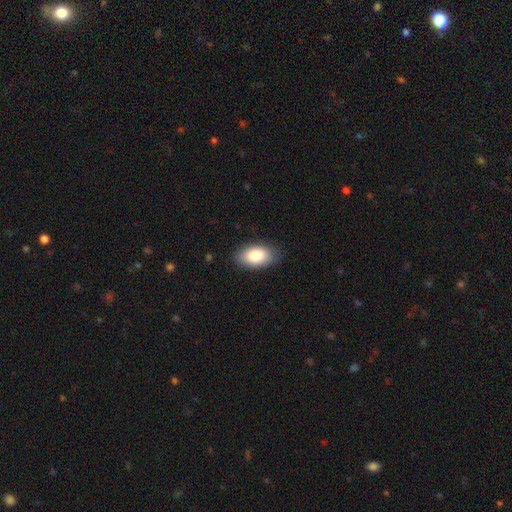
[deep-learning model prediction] Morphology: type=smooth (87%); roundness=in between (94%); merging=none (84%).